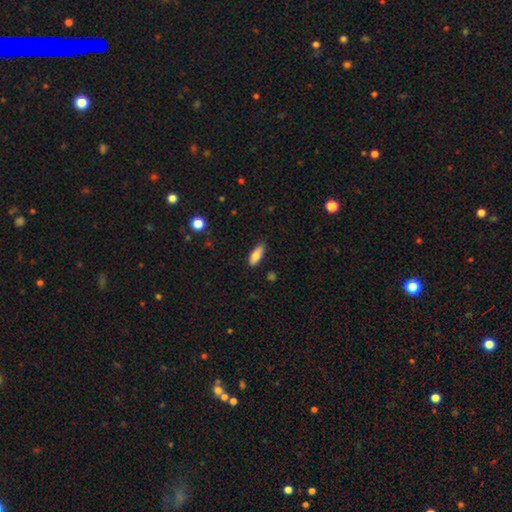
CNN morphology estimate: smooth_or_featured: smooth (p=0.81) [alt: featured or disk p=0.12]
how_rounded: in between (p=0.75) [alt: cigar-shaped p=0.23]
merging: none (p=0.77) [alt: minor disturbance p=0.19]